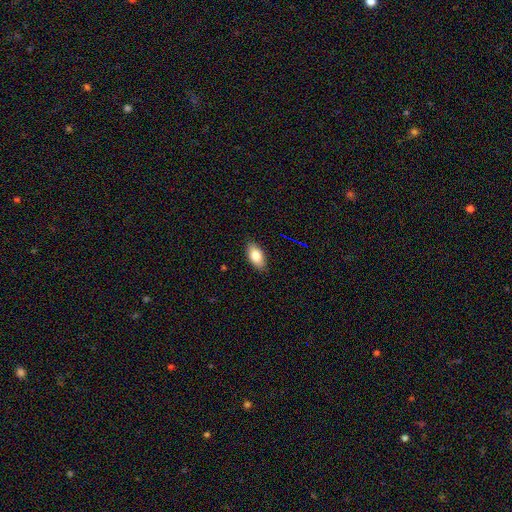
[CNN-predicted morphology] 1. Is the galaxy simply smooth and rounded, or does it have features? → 81% smooth, 12% featured or disk, 7% star or artifact.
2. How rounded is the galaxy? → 91% in between, 5% cigar-shaped, 3% round.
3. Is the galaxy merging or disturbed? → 88% none, 9% minor disturbance, 2% major disturbance, 1% merger.